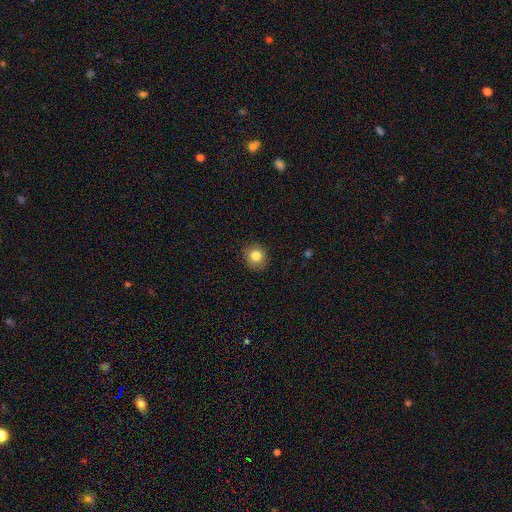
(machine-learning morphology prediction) This appears to be a smooth galaxy with no disk features (83%) that is round (81%). Merging: none (88%).